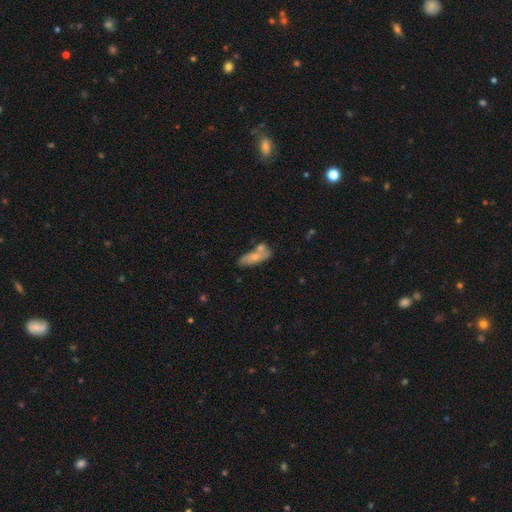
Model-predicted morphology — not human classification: Smooth or featured? Predicted: smooth (p=0.61). How rounded? Predicted: in between (p=0.67). Merging? Predicted: none (p=0.48).